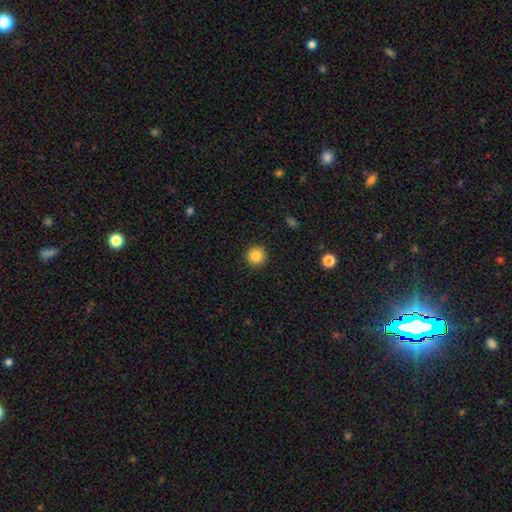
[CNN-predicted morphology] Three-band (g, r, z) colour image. It shows a smooth galaxy with no disk features (85%) that is round (94%). Merging: none (91%).